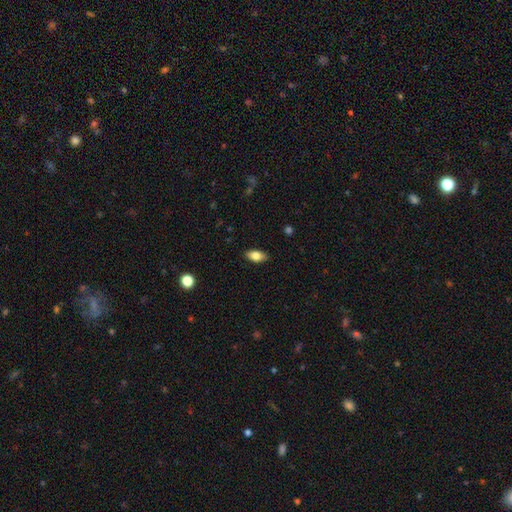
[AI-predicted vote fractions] Smooth or featured?
  - smooth: 78% *
  - featured or disk: 14%
  - star or artifact: 7%
How rounded?
  - in between: 90% *
  - cigar-shaped: 6%
  - round: 5%
Merging?
  - none: 87% *
  - minor disturbance: 10%
  - major disturbance: 2%
  - merger: 1%